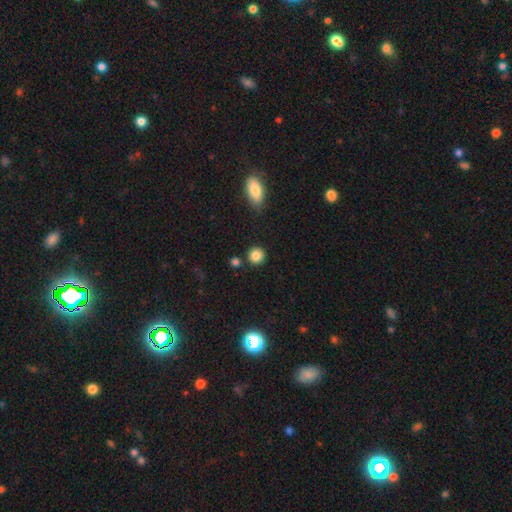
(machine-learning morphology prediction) Smooth or featured? smooth (85%)
How rounded? round (91%)
Merging? none (85%)